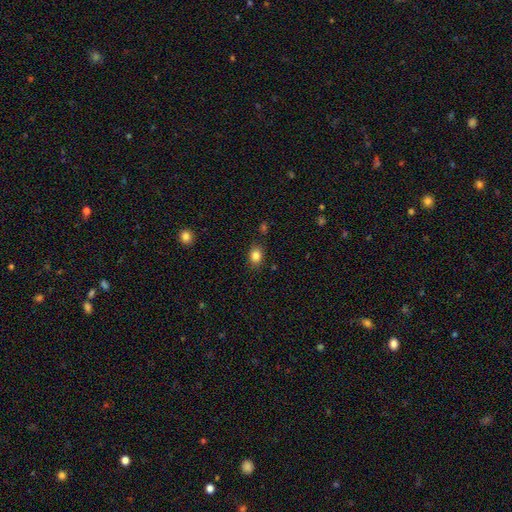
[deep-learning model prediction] The model was most divided on "how rounded": in between: 58%, round: 41%, cigar-shaped: 1%. More confident: merging — none (84%); smooth or featured — smooth (84%).